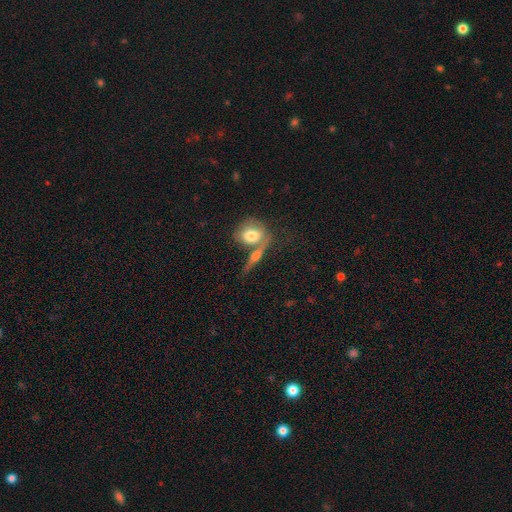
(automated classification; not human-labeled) The model was most divided on "merging": none: 43%, merger: 39%, minor disturbance: 12%, major disturbance: 7%. Remaining: smooth or featured — smooth (49%).